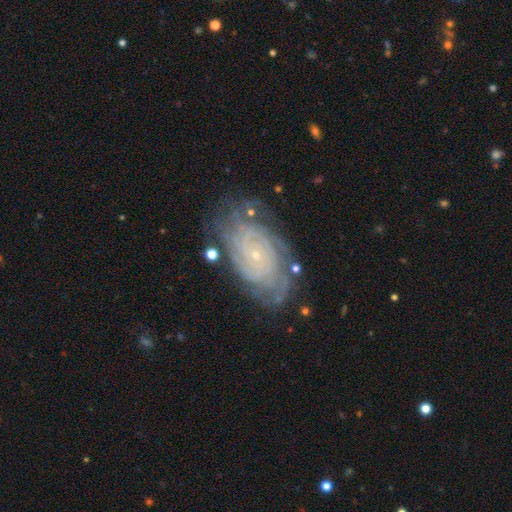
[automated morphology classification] Q: Smooth or featured?
A: featured or disk (84%); runner-up: smooth (9%)
Q: Edge-on disk?
A: no (96%); runner-up: yes (4%)
Q: Bar?
A: no (81%); runner-up: weak (15%)
Q: Spiral arms?
A: yes (96%); runner-up: no (4%)
Q: Spiral winding?
A: tight (79%); runner-up: medium (17%)
Q: Spiral arm count?
A: can't tell (36%); runner-up: 4 (19%)
Q: Bulge size?
A: small (89%); runner-up: moderate (7%)
Q: Merging?
A: none (73%); runner-up: minor disturbance (18%)